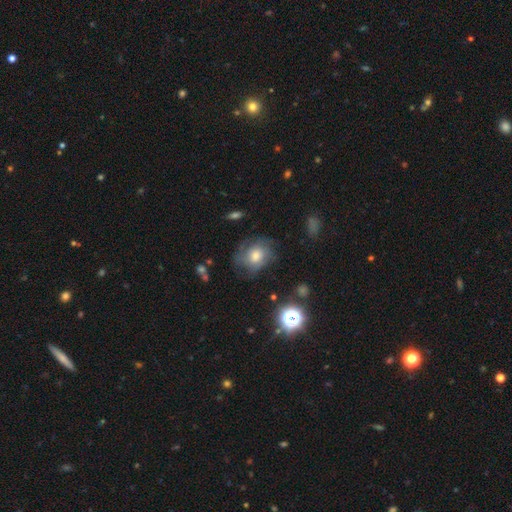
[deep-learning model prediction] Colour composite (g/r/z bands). It shows a featured or disk galaxy (50%). Merging: none (67%).